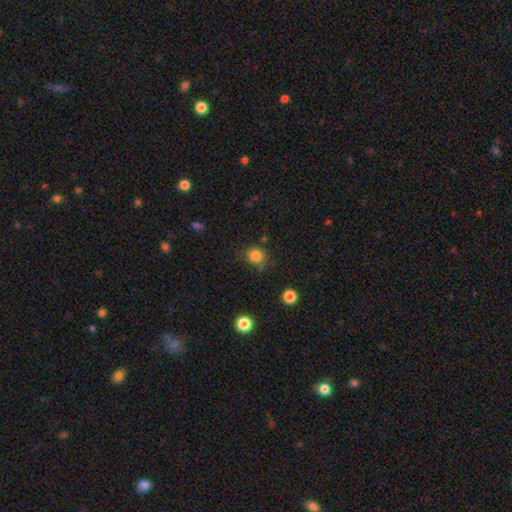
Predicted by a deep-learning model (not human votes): Q: Smooth or featured?
A: smooth (83%); runner-up: star or artifact (12%)
Q: How rounded?
A: round (82%); runner-up: in between (17%)
Q: Merging?
A: none (74%); runner-up: minor disturbance (16%)